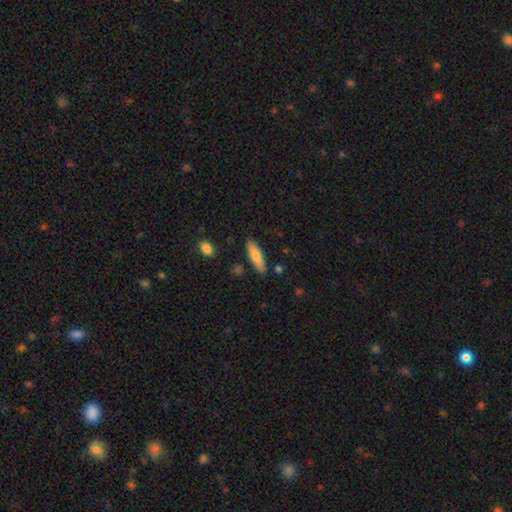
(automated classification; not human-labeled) Smooth or featured?
  - smooth: 79% *
  - featured or disk: 15%
  - star or artifact: 6%
How rounded?
  - cigar-shaped: 63% *
  - in between: 35%
  - round: 2%
Merging?
  - none: 86% *
  - minor disturbance: 10%
  - merger: 2%
  - major disturbance: 2%